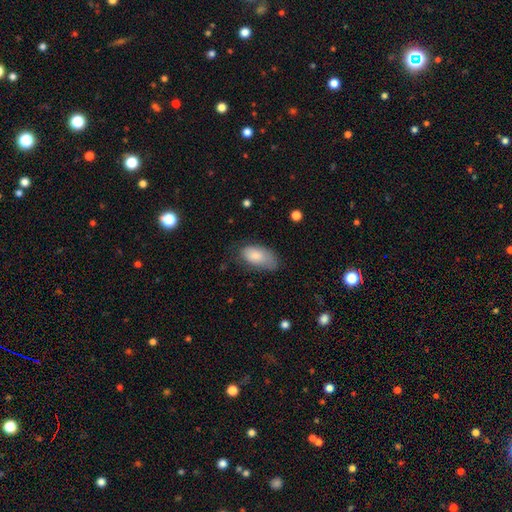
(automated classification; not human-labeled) A smooth galaxy with no disk features (81%) that is in between round and cigar-shaped (94%).

Vote fractions:
- Smooth or featured? smooth: 81% / featured or disk: 13% / star or artifact: 6%
- How rounded? in between: 94% / round: 3% / cigar-shaped: 3%
- Merging? none: 53% / minor disturbance: 33% / major disturbance: 12% / merger: 2%